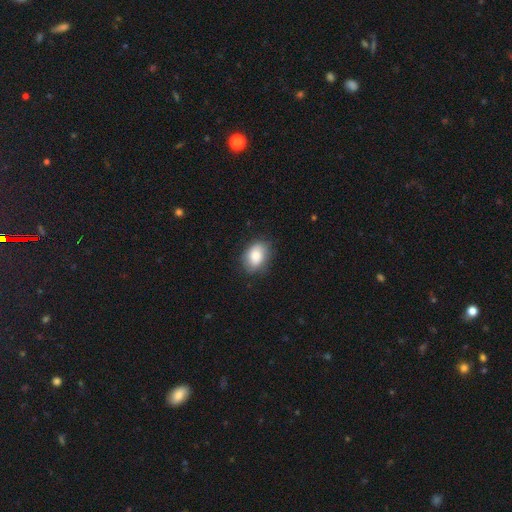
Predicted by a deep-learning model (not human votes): Smooth or featured: smooth — 83% (featured or disk — 10%)
How rounded: in between — 79% (round — 20%)
Merging: none — 80% (minor disturbance — 16%)